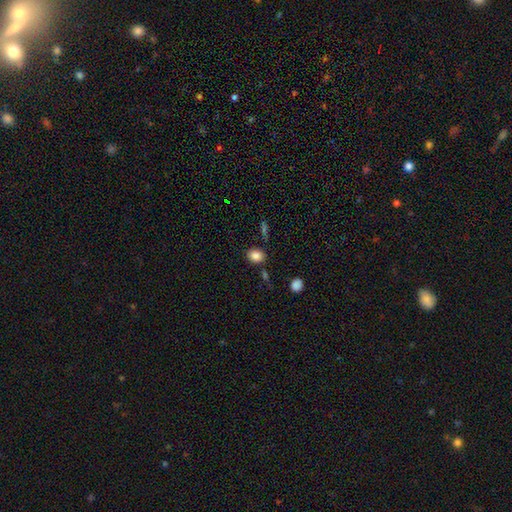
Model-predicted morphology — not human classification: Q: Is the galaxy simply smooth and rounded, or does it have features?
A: smooth — 85%.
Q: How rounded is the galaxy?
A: in between — 53%.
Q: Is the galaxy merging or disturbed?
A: none — 81%.